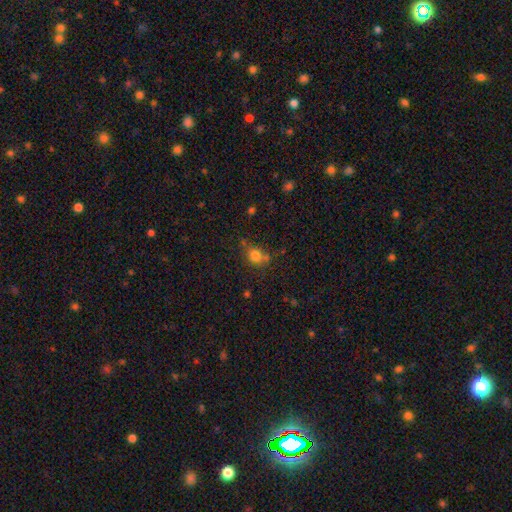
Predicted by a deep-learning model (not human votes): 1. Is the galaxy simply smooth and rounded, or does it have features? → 77% smooth, 14% star or artifact, 9% featured or disk.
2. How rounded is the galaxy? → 66% round, 33% in between, 2% cigar-shaped.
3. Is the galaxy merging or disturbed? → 56% none, 20% minor disturbance, 17% merger, 8% major disturbance.